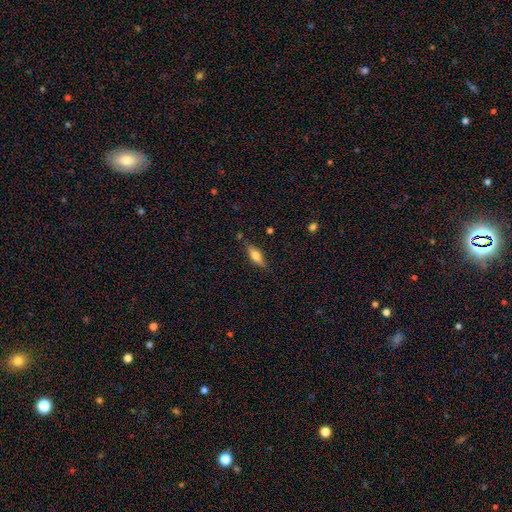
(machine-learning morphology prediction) Smooth or featured?
  - smooth: 62% *
  - featured or disk: 31%
  - star or artifact: 7%
How rounded?
  - in between: 60% *
  - cigar-shaped: 37%
  - round: 3%
Merging?
  - none: 79% *
  - minor disturbance: 15%
  - major disturbance: 3%
  - merger: 3%